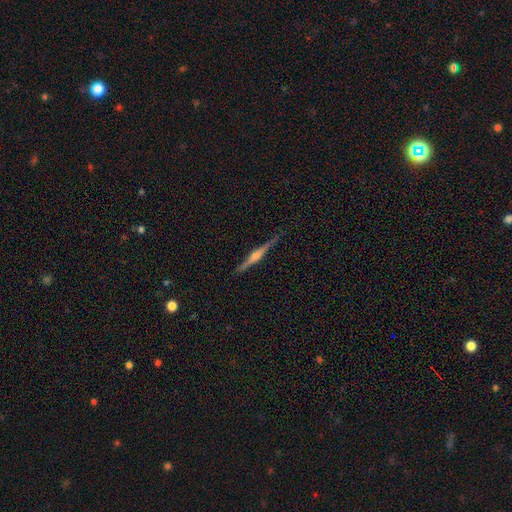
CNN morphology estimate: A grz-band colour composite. It shows a featured or disk galaxy (82%) viewed edge-on (98%) with a rounded central bulge (75%). Merging: none (89%).